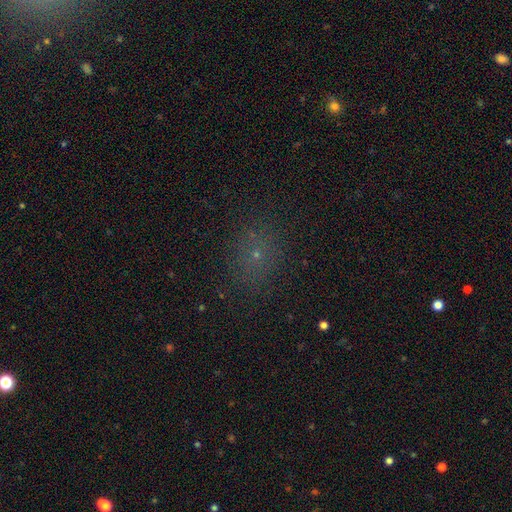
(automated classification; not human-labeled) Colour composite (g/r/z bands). It shows a smooth galaxy with no disk features (56%) that is round (67%). Merging: none (82%).